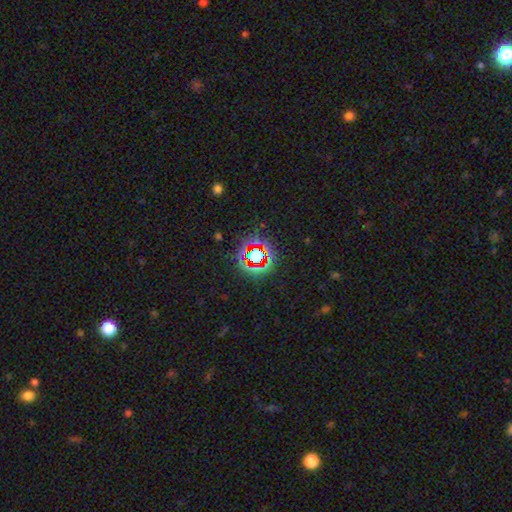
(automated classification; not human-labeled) Q: Smooth or featured?
A: star or artifact (72%); runner-up: smooth (18%)